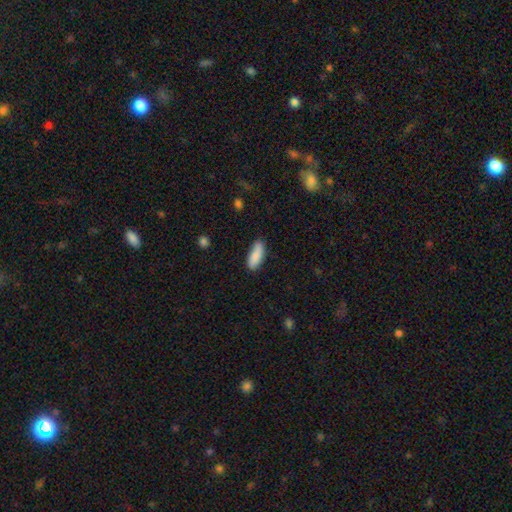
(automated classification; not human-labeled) This appears to be a smooth galaxy with no disk features (87%) that is in between round and cigar-shaped (70%). Merging: none (79%).